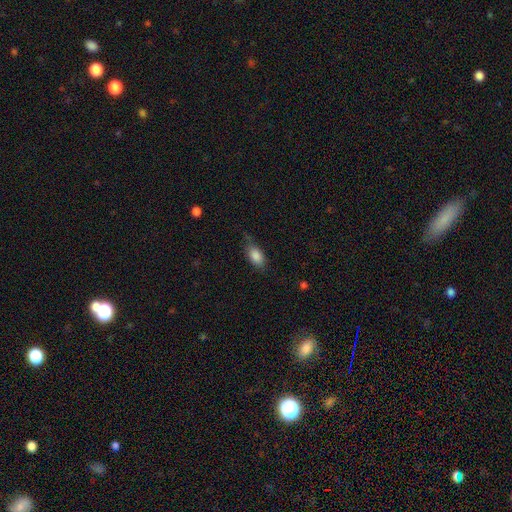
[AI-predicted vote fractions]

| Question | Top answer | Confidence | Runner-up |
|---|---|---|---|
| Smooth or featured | smooth | 85% | featured or disk (8%) |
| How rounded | in between | 90% | cigar-shaped (6%) |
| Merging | none | 67% | minor disturbance (25%) |